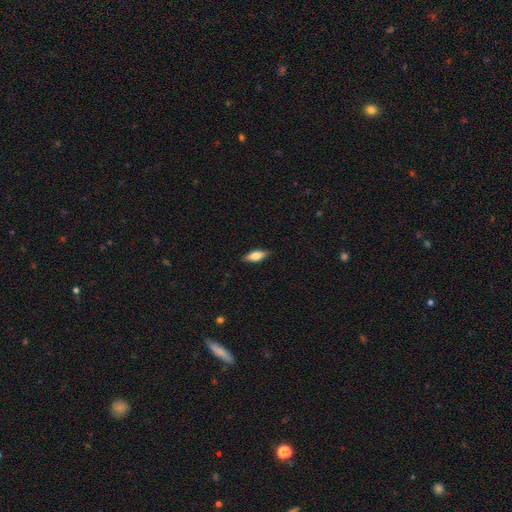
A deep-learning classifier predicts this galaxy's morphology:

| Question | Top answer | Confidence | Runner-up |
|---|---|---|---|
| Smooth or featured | smooth | 72% | featured or disk (22%) |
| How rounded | in between | 74% | cigar-shaped (23%) |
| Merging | none | 87% | minor disturbance (10%) |